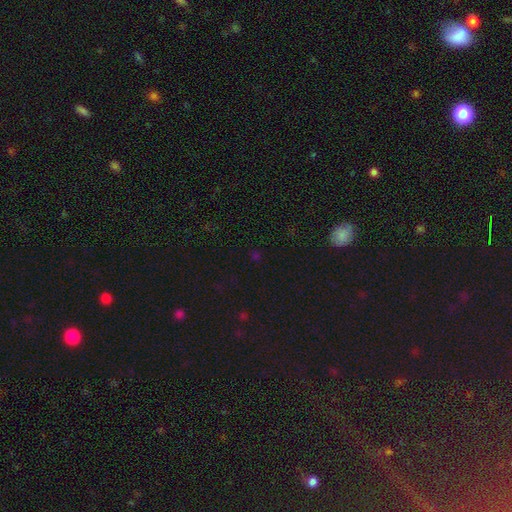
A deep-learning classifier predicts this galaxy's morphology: Smooth or featured? Predicted: star or artifact (p=0.61).